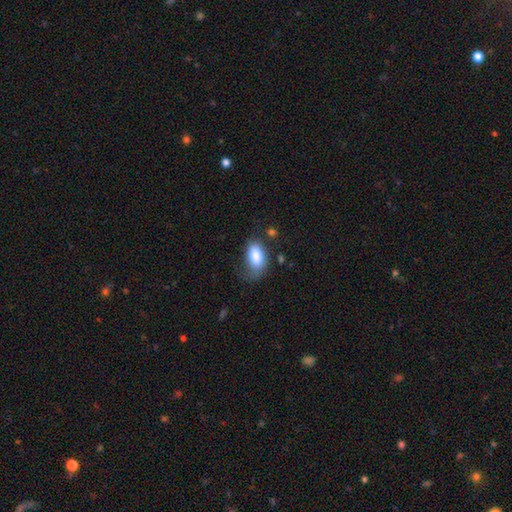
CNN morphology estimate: This appears to be a smooth galaxy with no disk features (82%) that is in between round and cigar-shaped (92%). Merging: none (44%).